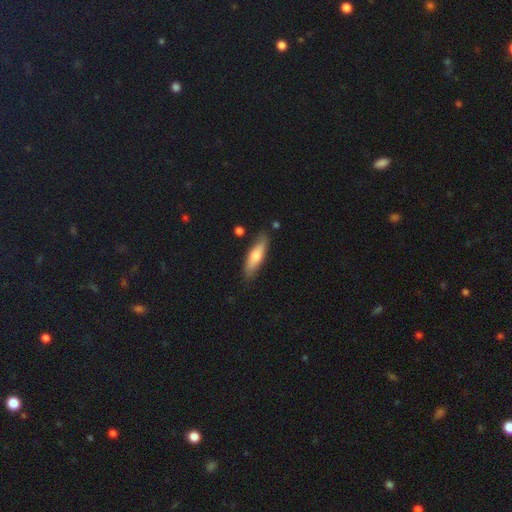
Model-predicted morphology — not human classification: smooth-or-featured: smooth: 65% | featured or disk: 30% | star or artifact: 6%
  how-rounded: cigar-shaped: 59% | in between: 39% | round: 2%
  merging: none: 81% | minor disturbance: 14% | major disturbance: 3% | merger: 2%